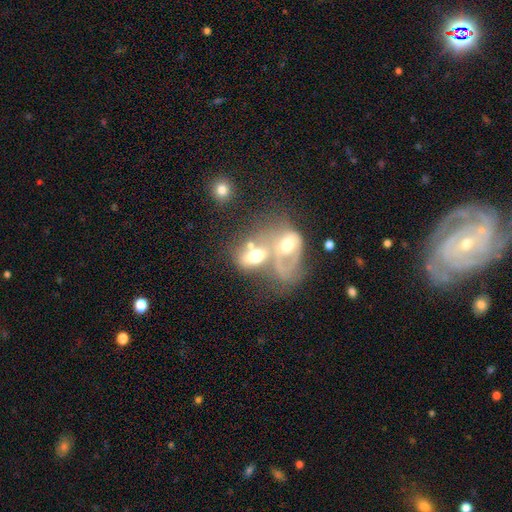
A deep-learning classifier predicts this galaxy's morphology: This is possibly a smooth galaxy (49%). Merging: likely merger (69%).